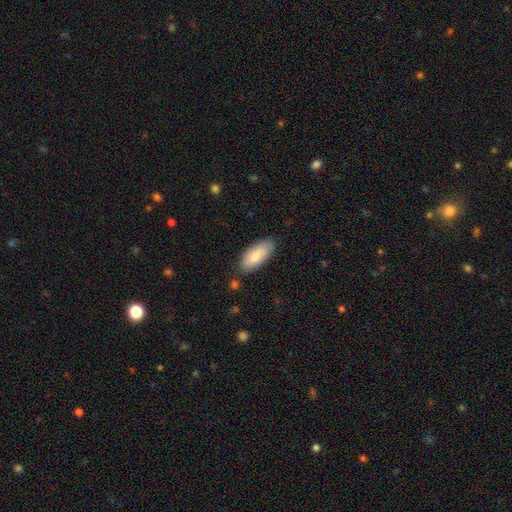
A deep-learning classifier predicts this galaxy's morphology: This appears to be a smooth galaxy with no disk features (83%) that is in between round and cigar-shaped (85%). Merging: none (79%).